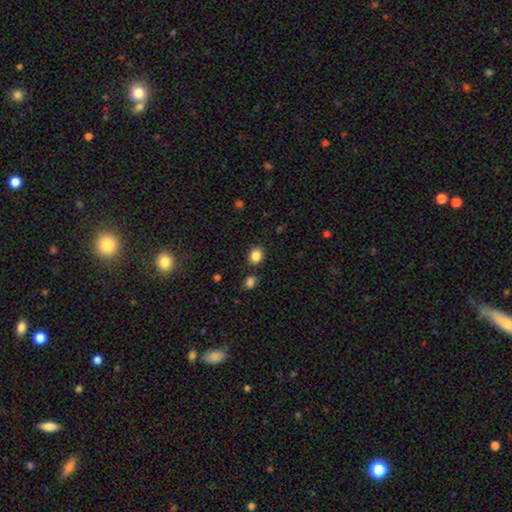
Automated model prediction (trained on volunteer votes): Morphology: type=smooth (86%); roundness=round (57%); merging=none (83%).